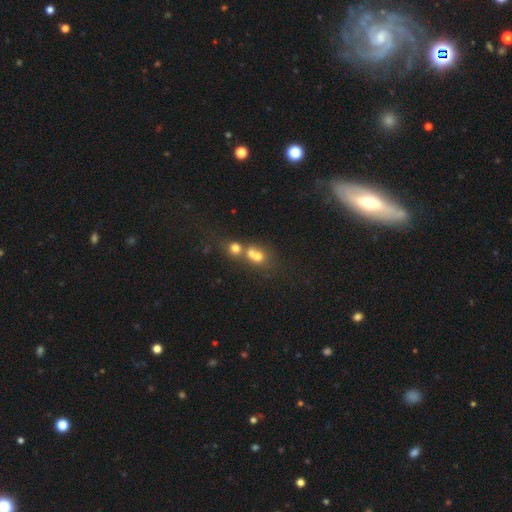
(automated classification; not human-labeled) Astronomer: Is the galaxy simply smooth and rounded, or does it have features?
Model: smooth — 61%.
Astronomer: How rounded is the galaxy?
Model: round — 72%.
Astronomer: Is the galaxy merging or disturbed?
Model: merger — 65%.